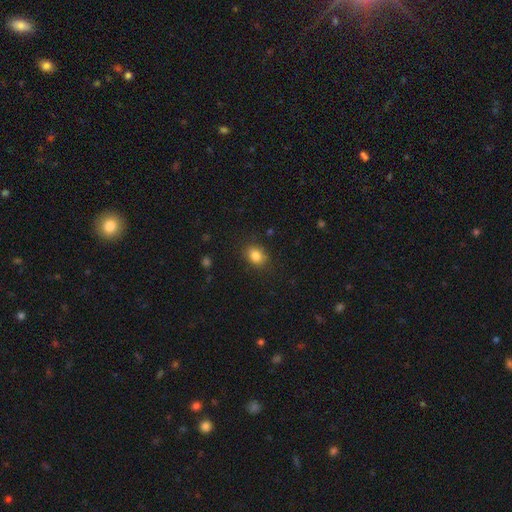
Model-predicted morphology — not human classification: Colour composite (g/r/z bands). It shows a smooth galaxy with no disk features (83%) that is in between round and cigar-shaped (60%). Merging: none (83%).